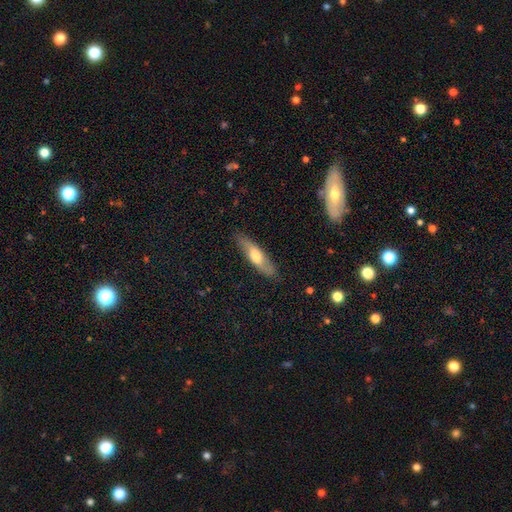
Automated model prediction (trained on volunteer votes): smooth 53%, featured or disk 41%, star or artifact 6%. Down the decision tree: how rounded — cigar-shaped (66%); merging — none (84%).